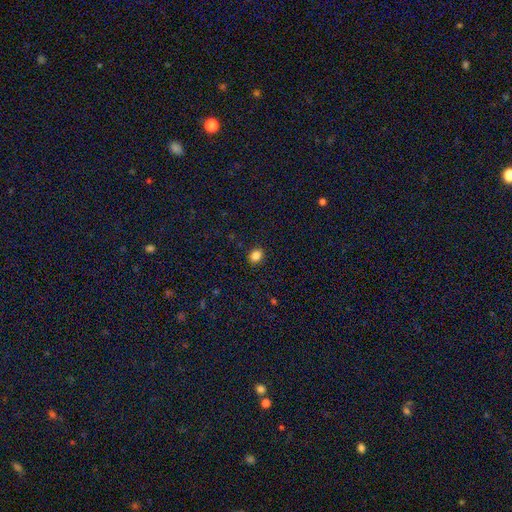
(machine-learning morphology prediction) Overall: smooth (85%). How rounded: round (56%; in between 43%). Merging: none (90%).